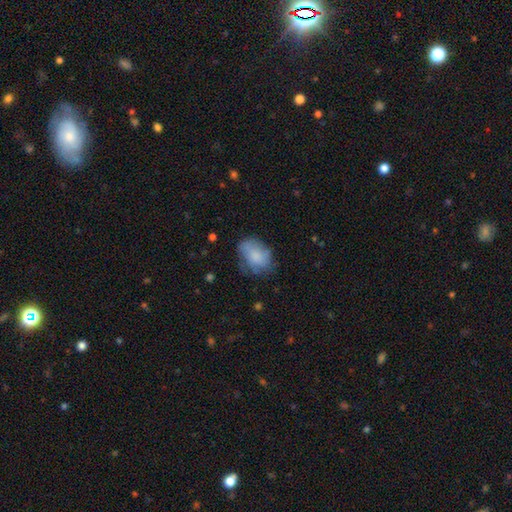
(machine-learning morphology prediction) Q: Smooth or featured?
A: smooth (74%); runner-up: featured or disk (18%)
Q: How rounded?
A: in between (81%); runner-up: round (17%)
Q: Merging?
A: none (56%); runner-up: minor disturbance (29%)